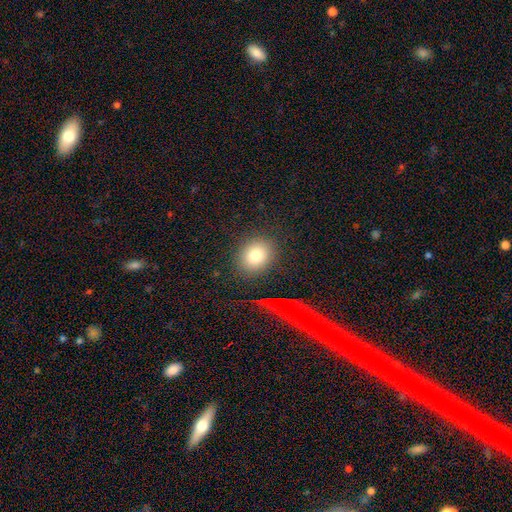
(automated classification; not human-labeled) Smooth or featured? Predicted: smooth (p=0.77). How rounded? Predicted: round (p=0.65). Merging? Predicted: none (p=0.86).